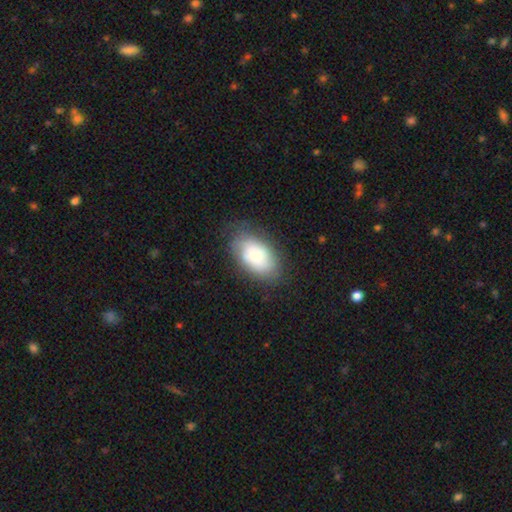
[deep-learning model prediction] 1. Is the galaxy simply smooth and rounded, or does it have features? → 66% smooth, 26% featured or disk, 8% star or artifact.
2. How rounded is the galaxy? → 91% in between, 8% round, 1% cigar-shaped.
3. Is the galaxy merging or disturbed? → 70% none, 21% minor disturbance, 8% major disturbance, 2% merger.